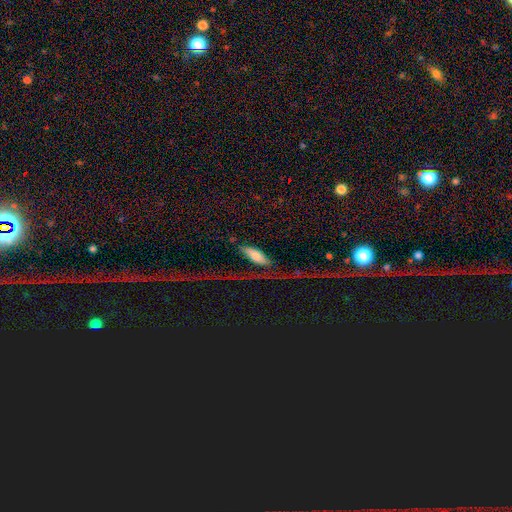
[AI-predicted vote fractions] Smooth or featured? smooth (65%)
How rounded? in between (69%)
Merging? none (42%)